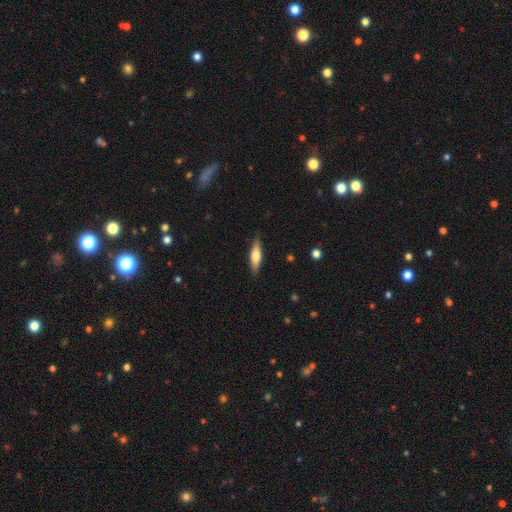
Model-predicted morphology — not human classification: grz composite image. It shows a smooth galaxy with no disk features (52%) that is cigar-shaped (62%). Merging: none (86%).